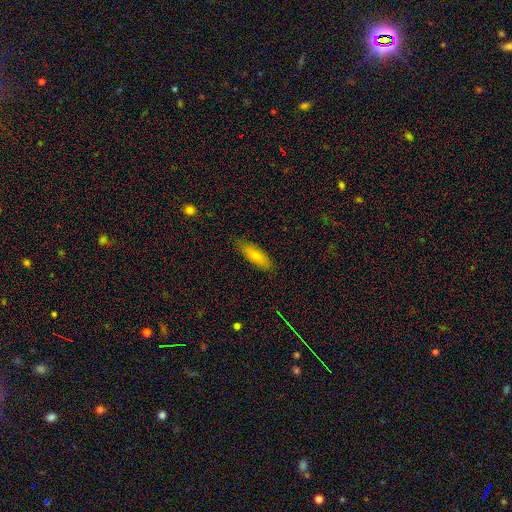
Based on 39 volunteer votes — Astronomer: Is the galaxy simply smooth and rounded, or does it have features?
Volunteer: smooth — 90%.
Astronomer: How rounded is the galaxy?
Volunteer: in between — 71%.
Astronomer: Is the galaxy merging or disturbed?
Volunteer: none — 86%.